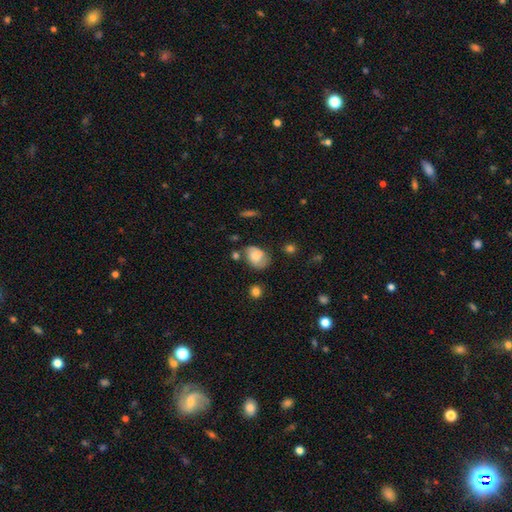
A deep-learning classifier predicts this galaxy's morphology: Smooth or featured?
  - smooth: 63% *
  - featured or disk: 28%
  - star or artifact: 9%
How rounded?
  - in between: 78% *
  - round: 20%
  - cigar-shaped: 1%
Merging?
  - none: 53% *
  - minor disturbance: 29%
  - major disturbance: 11%
  - merger: 7%